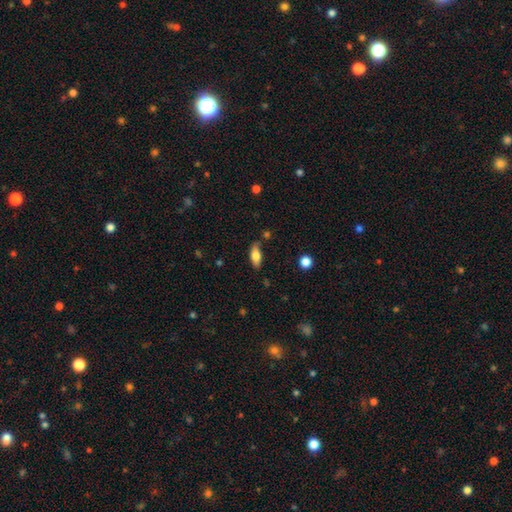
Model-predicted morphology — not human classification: smooth_or_featured: smooth (p=0.76) [alt: featured or disk p=0.17]
how_rounded: in between (p=0.79) [alt: cigar-shaped p=0.19]
merging: none (p=0.74) [alt: minor disturbance p=0.18]